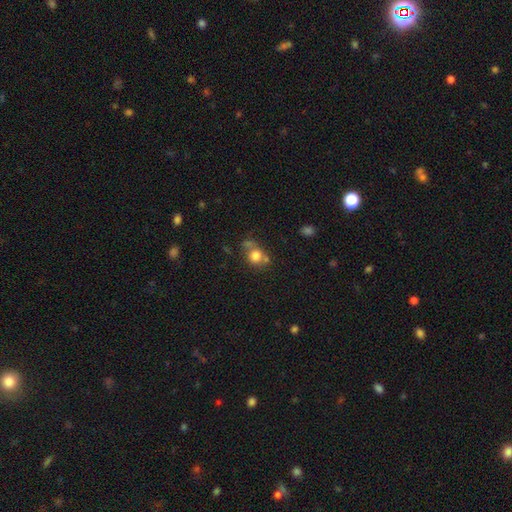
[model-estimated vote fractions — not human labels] Overall: smooth (76%). How rounded: round (74%). Merging: none (46%; merger 26%).